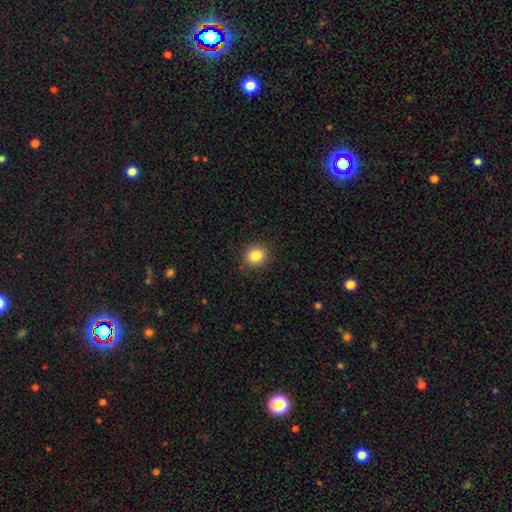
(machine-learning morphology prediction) The model was most divided on "how rounded": round: 86%, in between: 13%, cigar-shaped: 1%. More confident: merging — none (90%); smooth or featured — smooth (85%).